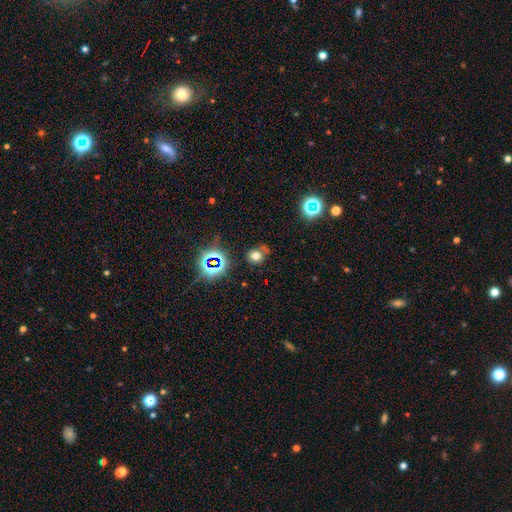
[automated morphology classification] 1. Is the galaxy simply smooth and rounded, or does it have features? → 65% smooth, 25% star or artifact, 10% featured or disk.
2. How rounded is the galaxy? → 77% round, 21% in between, 1% cigar-shaped.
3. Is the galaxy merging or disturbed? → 66% none, 18% minor disturbance, 9% merger, 7% major disturbance.